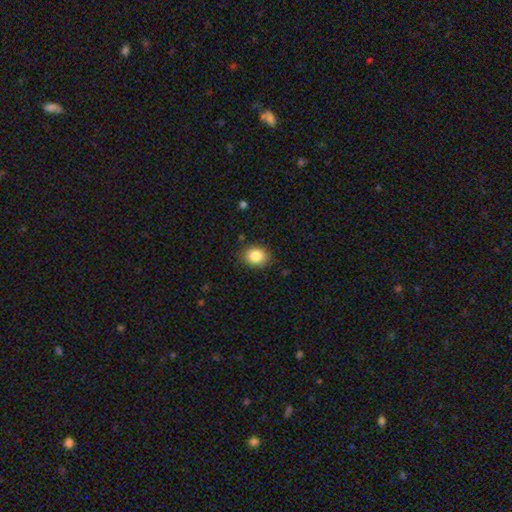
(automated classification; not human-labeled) This is clearly a smooth galaxy (85%). How rounded: possibly round (52%). Merging: clearly none (86%).